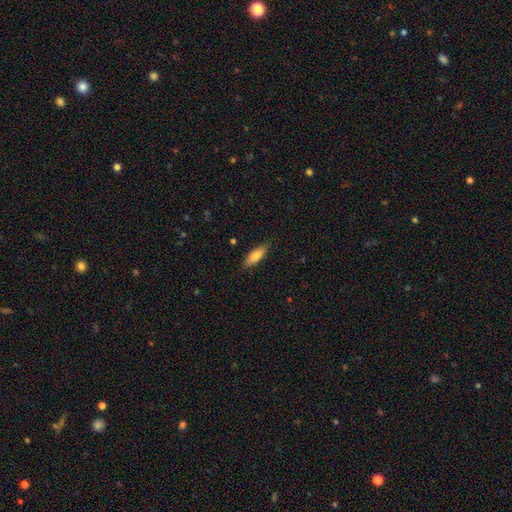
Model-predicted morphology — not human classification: A smooth galaxy with no disk features (80%) that is in between round and cigar-shaped (60%). Merging: none (86%).